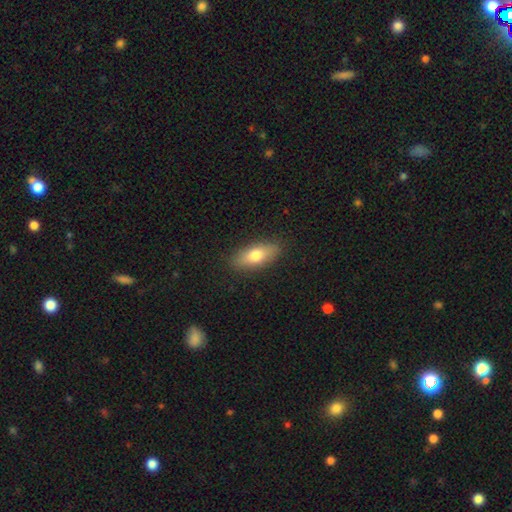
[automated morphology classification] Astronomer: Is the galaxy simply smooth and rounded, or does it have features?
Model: smooth — 74%.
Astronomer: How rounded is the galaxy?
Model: in between — 75%.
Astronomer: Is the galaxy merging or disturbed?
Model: none — 87%.